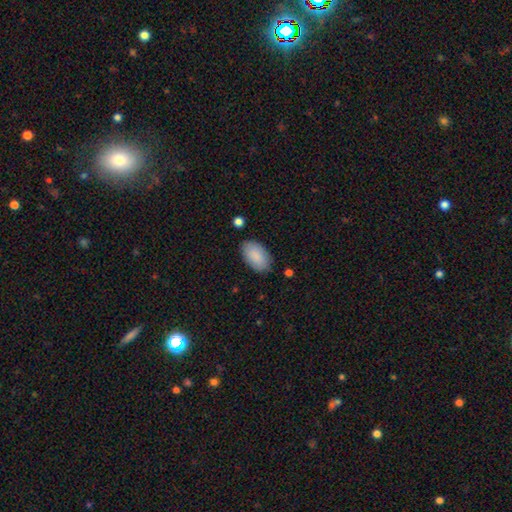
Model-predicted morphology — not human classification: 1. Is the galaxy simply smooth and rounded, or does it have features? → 89% smooth, 6% star or artifact, 5% featured or disk.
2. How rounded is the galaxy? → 95% in between, 4% round, 2% cigar-shaped.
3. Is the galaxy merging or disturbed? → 84% none, 12% minor disturbance, 3% major disturbance, 2% merger.